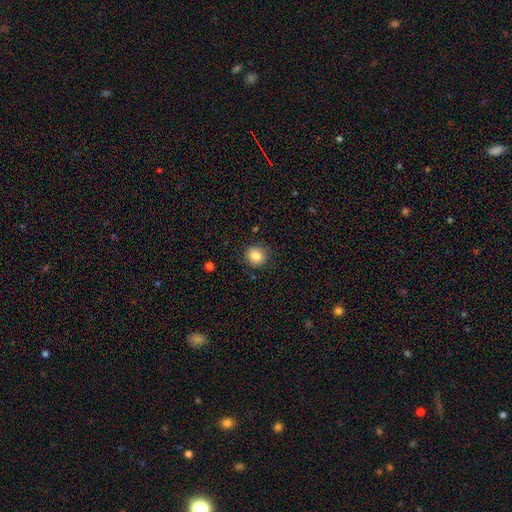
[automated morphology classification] A smooth galaxy with no disk features (83%) that is round (90%).

Vote fractions:
- Smooth or featured? smooth: 83% / star or artifact: 10% / featured or disk: 7%
- How rounded? round: 90% / in between: 9% / cigar-shaped: 1%
- Merging? none: 87% / minor disturbance: 9% / major disturbance: 3% / merger: 1%